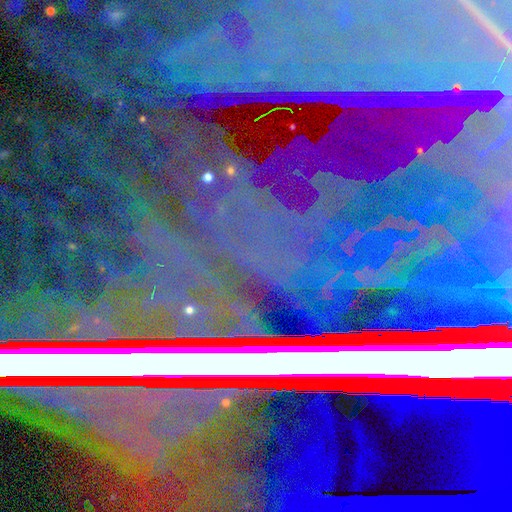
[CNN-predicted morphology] This is clearly a star or artifact rather than a galaxy (85%).